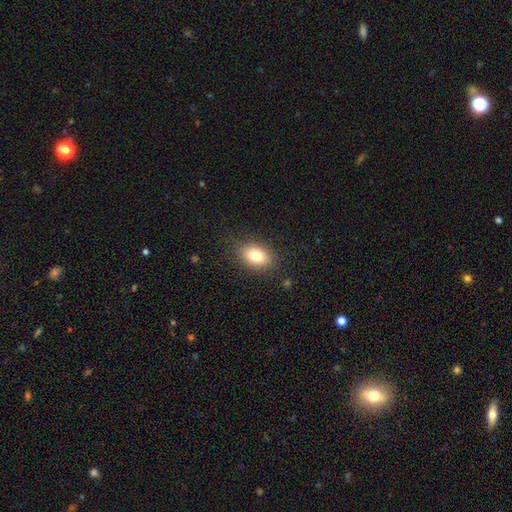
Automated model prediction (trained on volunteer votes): smooth 78%, featured or disk 12%, star or artifact 10%. Down the decision tree: how rounded — in between (78%); merging — none (86%).